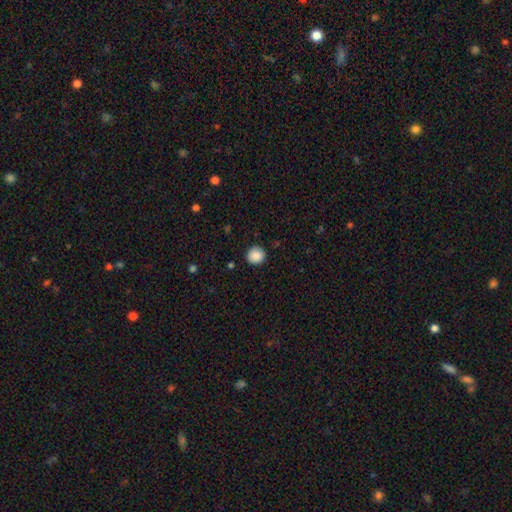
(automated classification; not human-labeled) This is clearly a smooth galaxy (89%). How rounded: clearly round (90%). Merging: clearly none (90%).